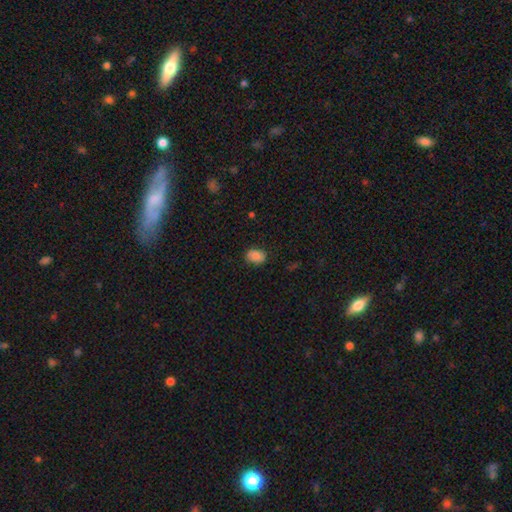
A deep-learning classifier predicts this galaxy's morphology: A smooth galaxy with no disk features (83%) that is in between round and cigar-shaped (70%).

Vote fractions:
- Smooth or featured? smooth: 83% / star or artifact: 9% / featured or disk: 8%
- How rounded? in between: 70% / round: 29% / cigar-shaped: 1%
- Merging? none: 84% / minor disturbance: 12% / major disturbance: 2% / merger: 1%